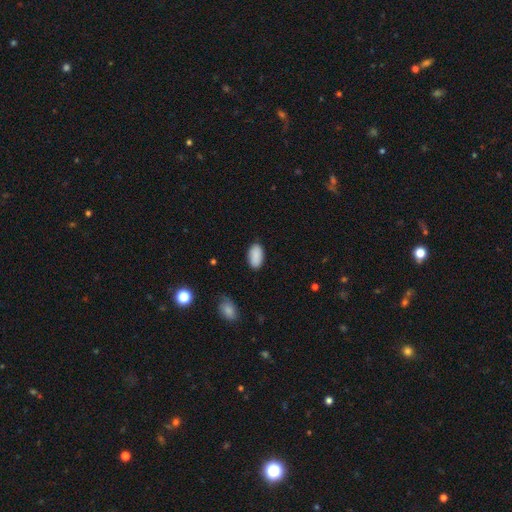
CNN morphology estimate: Overall: smooth (90%). How rounded: in between (95%). Merging: none (85%).